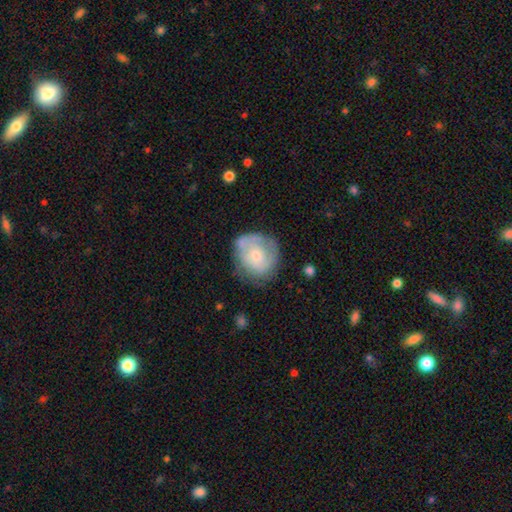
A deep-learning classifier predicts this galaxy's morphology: Smooth or featured?
  - smooth: 53% *
  - featured or disk: 40%
  - star or artifact: 7%
How rounded?
  - round: 79% *
  - in between: 20%
  - cigar-shaped: 1%
Merging?
  - none: 57% *
  - minor disturbance: 27%
  - major disturbance: 12%
  - merger: 4%